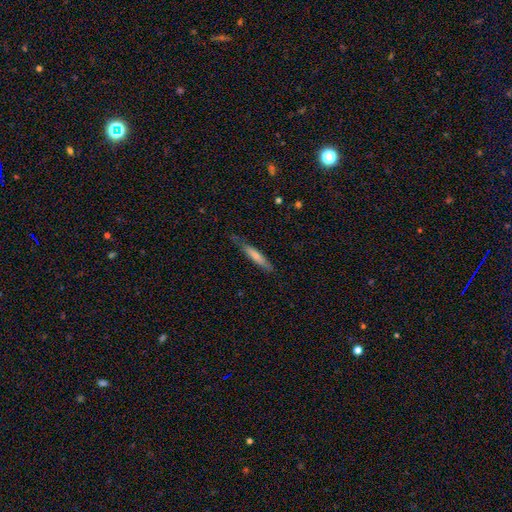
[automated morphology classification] Smooth or featured: smooth — 69% (featured or disk — 25%)
How rounded: cigar-shaped — 88% (in between — 10%)
Merging: none — 71% (minor disturbance — 22%)